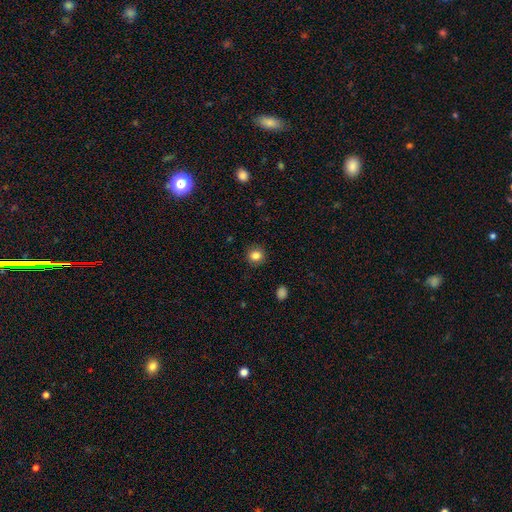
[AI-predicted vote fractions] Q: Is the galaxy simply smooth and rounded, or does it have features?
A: smooth — 84%.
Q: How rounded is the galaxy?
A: round — 90%.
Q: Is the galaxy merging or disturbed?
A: none — 91%.